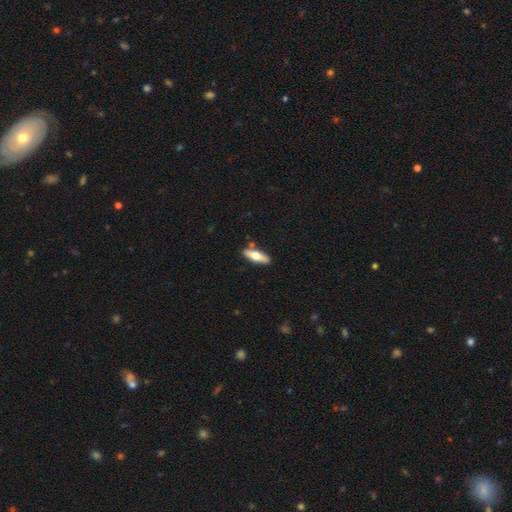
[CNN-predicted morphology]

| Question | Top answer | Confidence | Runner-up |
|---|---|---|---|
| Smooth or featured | smooth | 54% | featured or disk (40%) |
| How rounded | cigar-shaped | 51% | in between (46%) |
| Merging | none | 82% | minor disturbance (11%) |